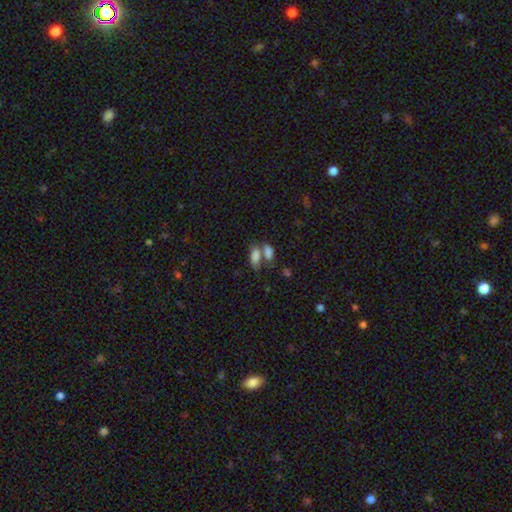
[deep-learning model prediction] Smooth or featured: smooth — 81% (star or artifact — 10%)
How rounded: in between — 86% (cigar-shaped — 10%)
Merging: merger — 54% (none — 31%)